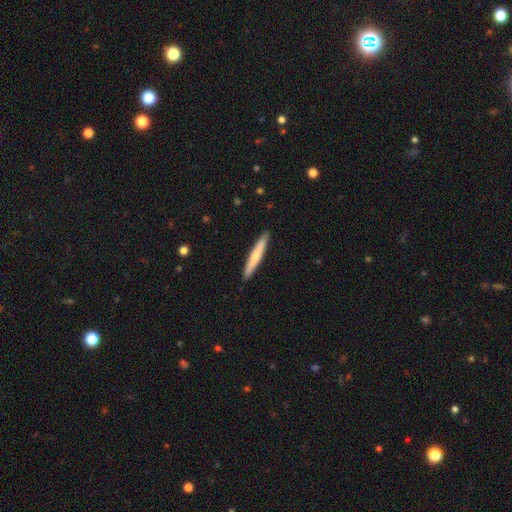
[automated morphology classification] smooth-or-featured: smooth: 64% | featured or disk: 31% | star or artifact: 5%
  how-rounded: cigar-shaped: 95% | in between: 4% | round: 1%
  merging: none: 91% | minor disturbance: 7% | major disturbance: 1% | merger: 1%